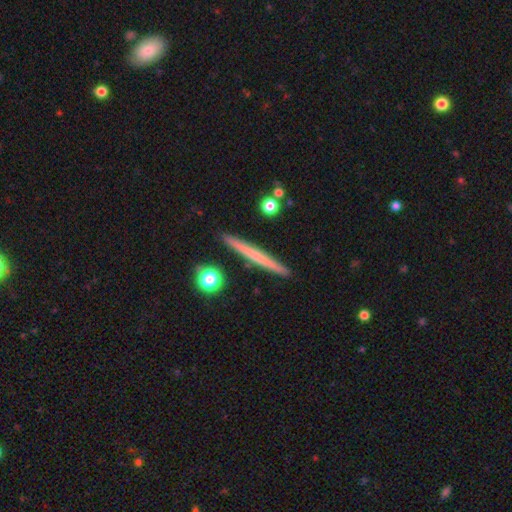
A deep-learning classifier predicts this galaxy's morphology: A smooth galaxy with no disk features (48%). Merging: none (92%).